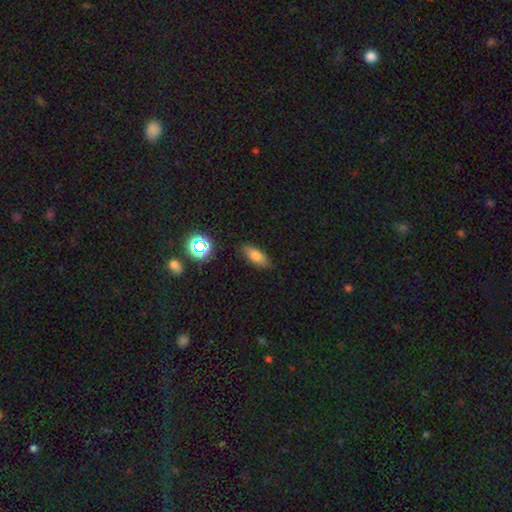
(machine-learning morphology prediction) type=smooth (75%); roundness=in between (77%); merging=none (84%).